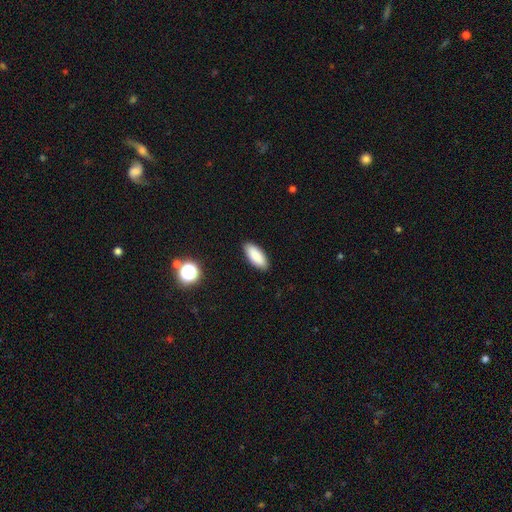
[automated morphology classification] smooth_or_featured: smooth (p=0.89) [alt: star or artifact p=0.07]
how_rounded: in between (p=0.82) [alt: cigar-shaped p=0.16]
merging: none (p=0.90) [alt: minor disturbance p=0.07]